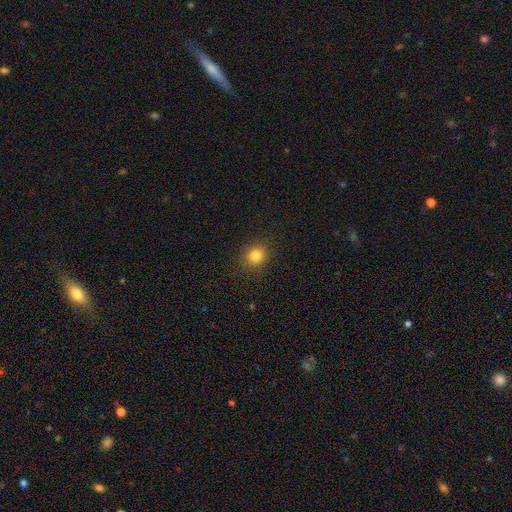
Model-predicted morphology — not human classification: Smooth or featured: smooth — 82% (star or artifact — 12%)
How rounded: round — 81% (in between — 18%)
Merging: none — 89% (minor disturbance — 7%)